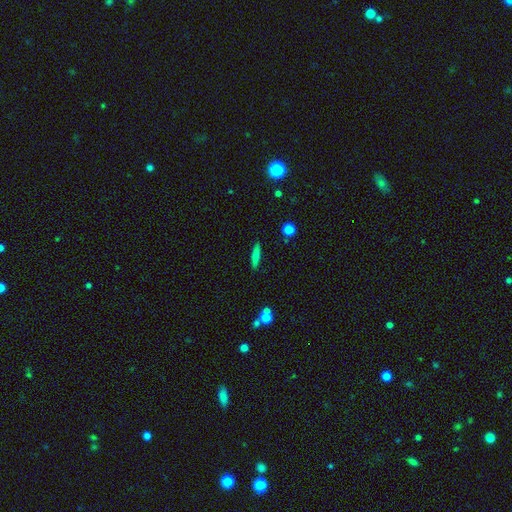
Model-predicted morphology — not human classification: Q: Smooth or featured?
A: smooth (73%); runner-up: featured or disk (19%)
Q: How rounded?
A: cigar-shaped (85%); runner-up: in between (13%)
Q: Merging?
A: none (88%); runner-up: minor disturbance (8%)